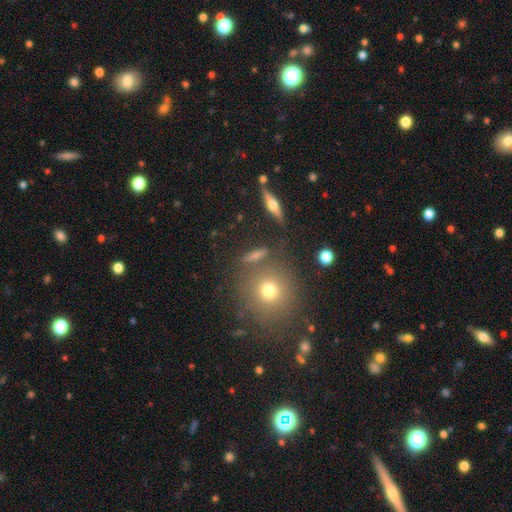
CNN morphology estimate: Smooth or featured: smooth — 47% (featured or disk — 29%)
Merging: none — 79% (minor disturbance — 10%)